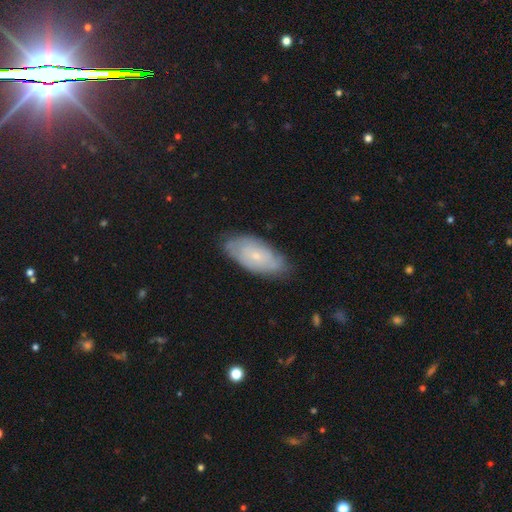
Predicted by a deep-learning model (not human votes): smooth-or-featured: featured or disk: 55% | smooth: 38% | star or artifact: 7%
  disk-edge-on: no: 90% | yes: 10%
  merging: none: 75% | minor disturbance: 20% | major disturbance: 4% | merger: 1%